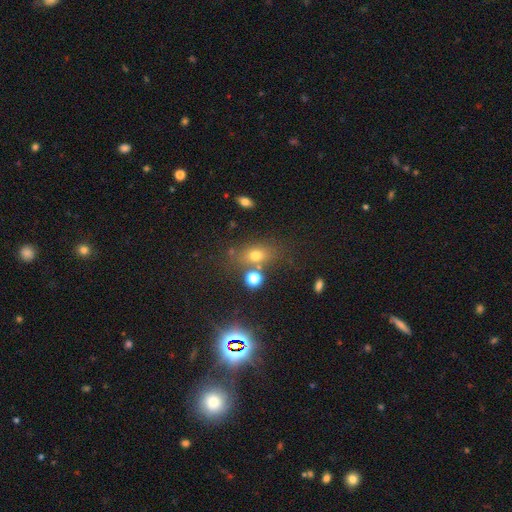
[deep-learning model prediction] smooth-or-featured: smooth: 63% | star or artifact: 23% | featured or disk: 14%
  how-rounded: in between: 62% | round: 34% | cigar-shaped: 4%
  merging: none: 64% | merger: 16% | minor disturbance: 14% | major disturbance: 6%